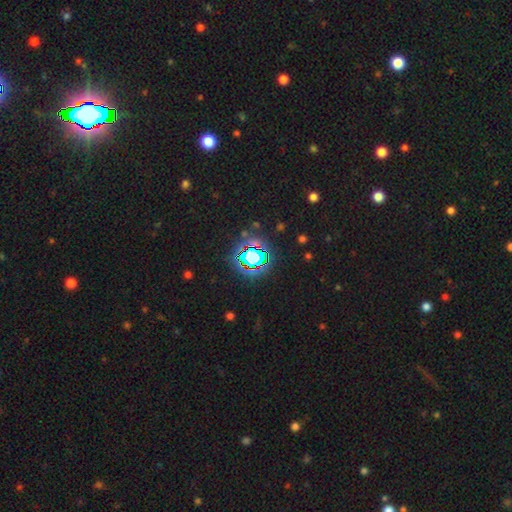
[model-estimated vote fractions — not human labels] A star or artifact, not a galaxy (71%).

Vote fractions:
- Smooth or featured? star or artifact: 71% / smooth: 18% / featured or disk: 11%